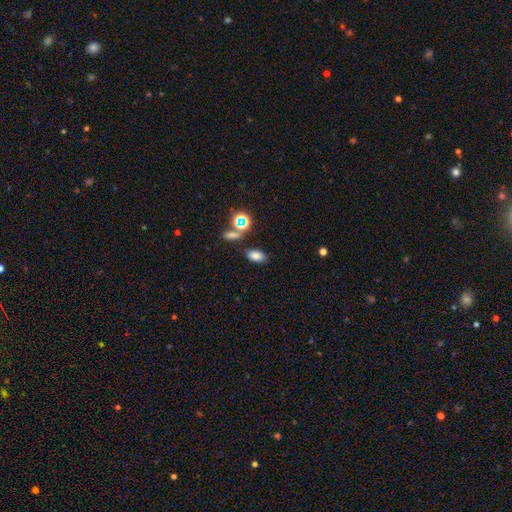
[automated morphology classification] Smooth or featured: smooth — 75% (star or artifact — 17%)
How rounded: in between — 88% (round — 9%)
Merging: none — 81% (minor disturbance — 10%)